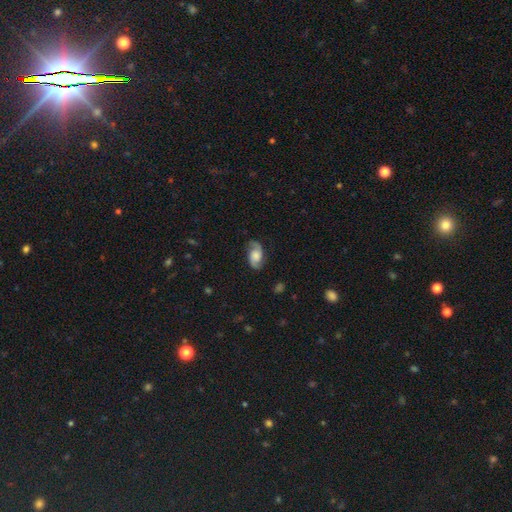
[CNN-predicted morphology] Smooth or featured?
  - featured or disk: 70% *
  - smooth: 23%
  - star or artifact: 8%
Edge-on disk?
  - no: 96% *
  - yes: 4%
Bar?
  - no: 63% *
  - weak: 31%
  - strong: 6%
Spiral arms?
  - yes: 94% *
  - no: 6%
Spiral winding?
  - medium: 43% *
  - loose: 39%
  - tight: 18%
Spiral arm count?
  - 2: 89% *
  - 1: 4%
  - can't tell: 4%
  - 3: 1%
  - 4: 1%
  - more than 4: 1%
Bulge size?
  - large: 38% *
  - moderate: 28%
  - none: 16%
  - small: 12%
  - dominant: 6%
Merging?
  - none: 75% *
  - minor disturbance: 17%
  - major disturbance: 6%
  - merger: 1%